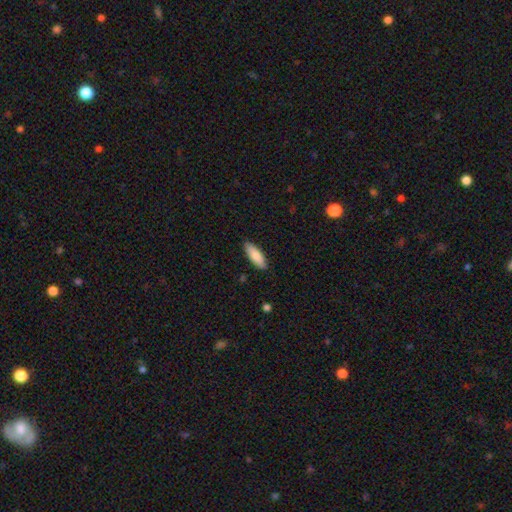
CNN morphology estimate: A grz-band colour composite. It shows a smooth galaxy with no disk features (85%) that is in between round and cigar-shaped (60%). Merging: none (88%).